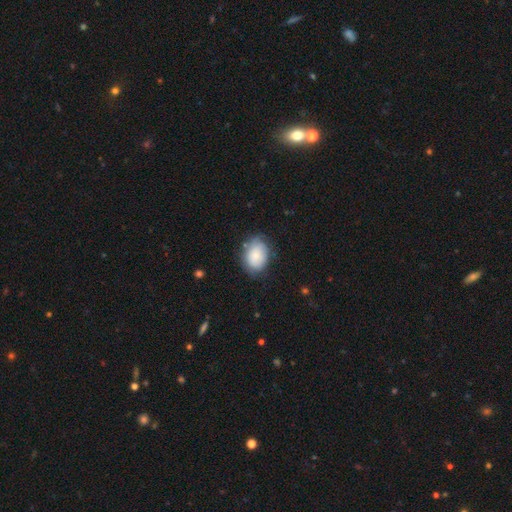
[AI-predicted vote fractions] smooth 74%, featured or disk 18%, star or artifact 8%. Down the decision tree: how rounded — in between (72%); merging — none (66%).